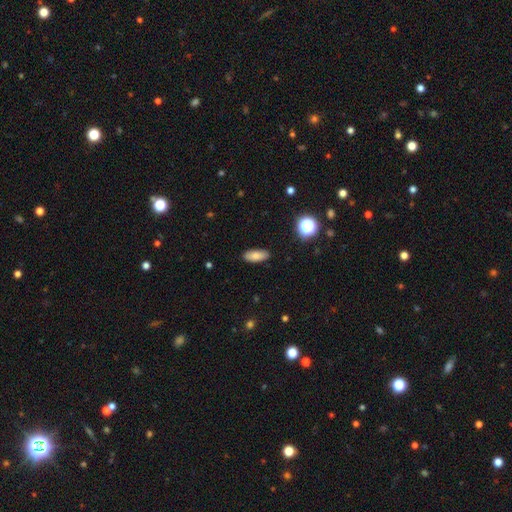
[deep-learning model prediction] Overall: smooth (81%). How rounded: in between (78%). Merging: none (88%).